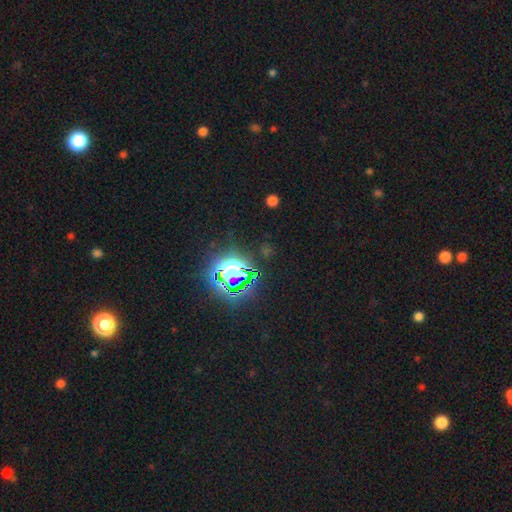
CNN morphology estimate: A star or artifact, not a galaxy (81%).